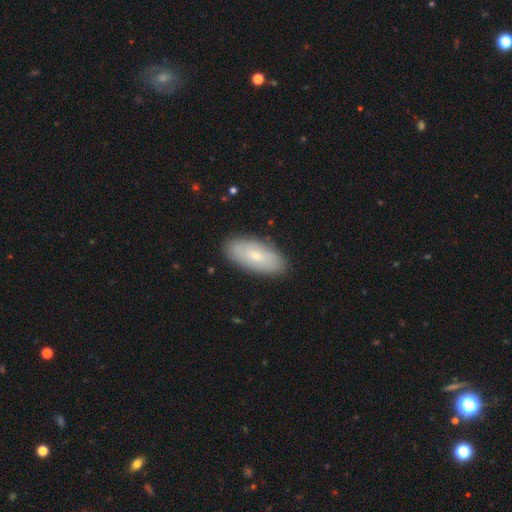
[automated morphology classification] This appears to be a smooth galaxy with no disk features (63%) that is in between round and cigar-shaped (88%). Merging: none (86%).